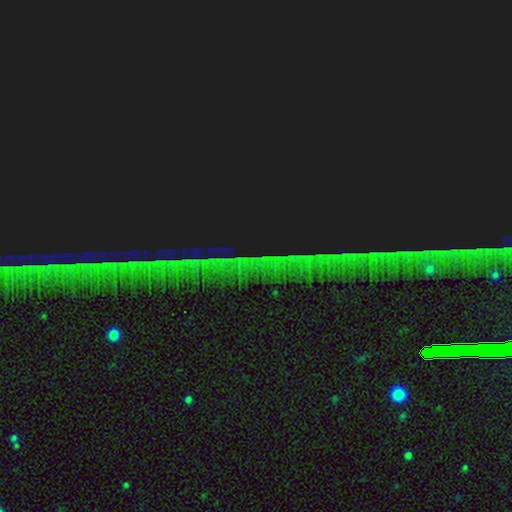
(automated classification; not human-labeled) Smooth or featured? star or artifact (86%)